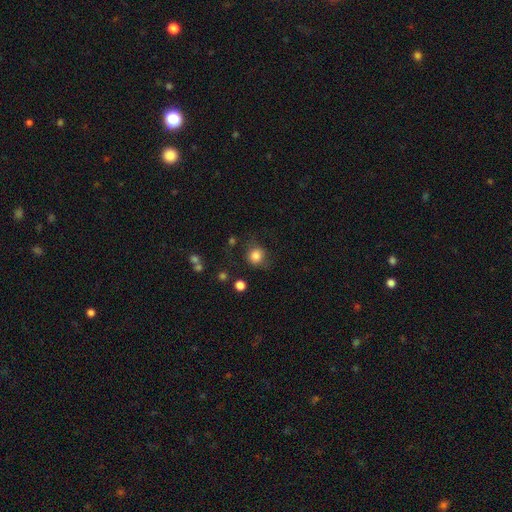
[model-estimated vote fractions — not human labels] A smooth galaxy with no disk features (83%) that is round (88%).

Vote fractions:
- Smooth or featured? smooth: 83% / star or artifact: 11% / featured or disk: 6%
- How rounded? round: 88% / in between: 11% / cigar-shaped: 1%
- Merging? none: 75% / minor disturbance: 16% / major disturbance: 6% / merger: 3%